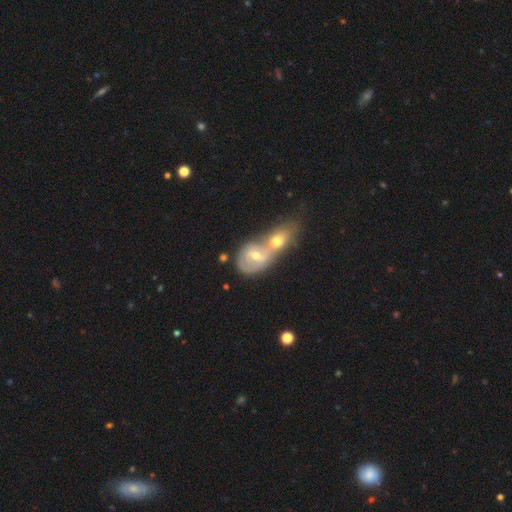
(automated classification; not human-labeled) Morphology: type=featured or disk (65%); edge-on=no (95%); bar=weak (46%); spiral arms=yes (74%); bulge=moderate (60%); merging=merger (65%).